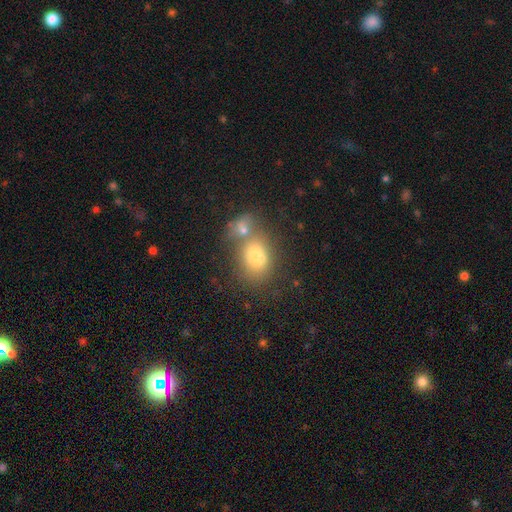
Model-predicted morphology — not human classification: This is likely a smooth galaxy (75%). How rounded: likely in between (62%). Merging: marginally merger (44%).